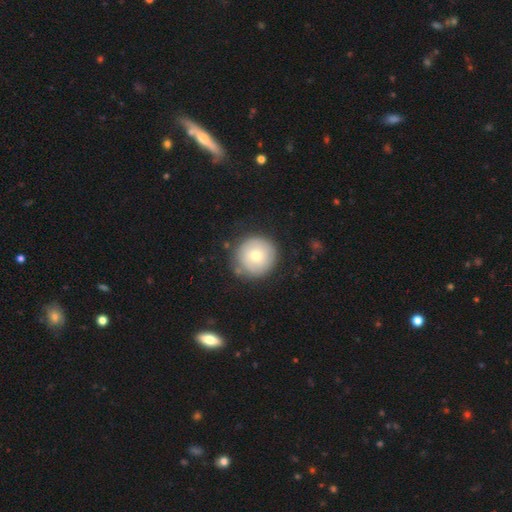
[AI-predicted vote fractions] A smooth galaxy with no disk features (64%) that is round (95%).

Vote fractions:
- Smooth or featured? smooth: 64% / featured or disk: 28% / star or artifact: 8%
- How rounded? round: 95% / in between: 4% / cigar-shaped: 1%
- Merging? none: 82% / minor disturbance: 12% / major disturbance: 3% / merger: 3%